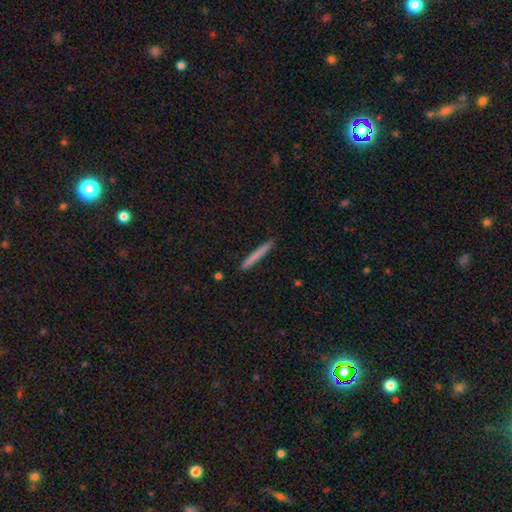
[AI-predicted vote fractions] A smooth galaxy with no disk features (73%) that is cigar-shaped (97%).

Vote fractions:
- Smooth or featured? smooth: 73% / featured or disk: 22% / star or artifact: 6%
- How rounded? cigar-shaped: 97% / in between: 2% / round: 1%
- Merging? none: 92% / minor disturbance: 6% / major disturbance: 1% / merger: 1%